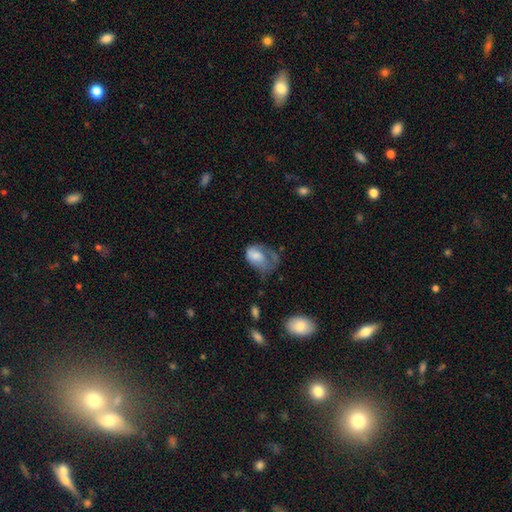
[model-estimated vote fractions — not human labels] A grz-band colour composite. It shows a smooth galaxy with no disk features (60%) that is in between round and cigar-shaped (80%). Merging: major disturbance (52%).